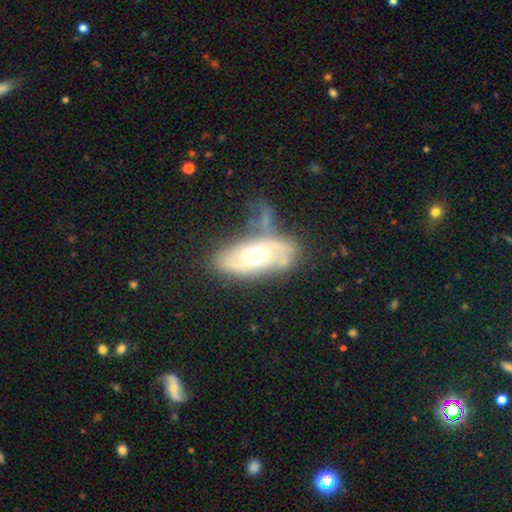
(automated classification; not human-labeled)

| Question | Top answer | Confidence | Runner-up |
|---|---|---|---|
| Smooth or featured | featured or disk | 57% | smooth (36%) |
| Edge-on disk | no | 85% | yes (15%) |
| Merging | none | 51% | minor disturbance (24%) |